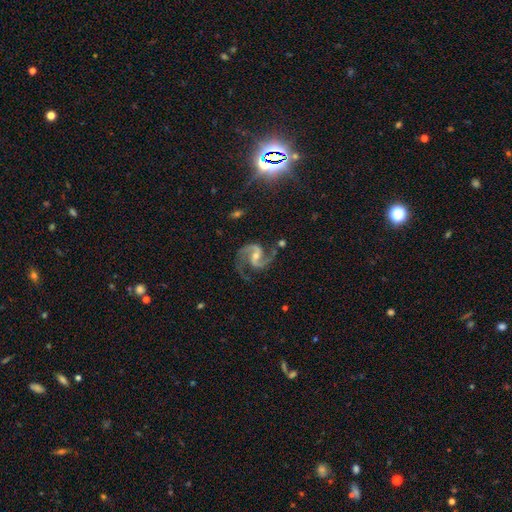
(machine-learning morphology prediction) featured or disk 93%, star or artifact 5%, smooth 3%. Down the decision tree: edge-on disk — no (98%); bar — weak (44%); spiral arms — yes (99%); spiral arm count — 2 (93%); spiral winding — medium (65%); bulge size — small (49%); merging — none (74%).